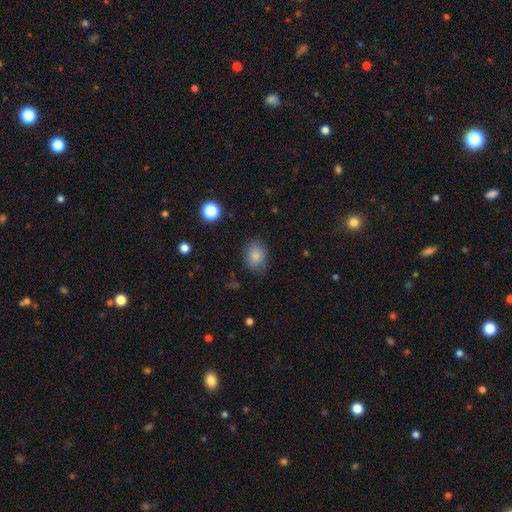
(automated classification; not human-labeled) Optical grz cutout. It shows a smooth galaxy with no disk features (84%) that is in between round and cigar-shaped (57%). Merging: none (76%).